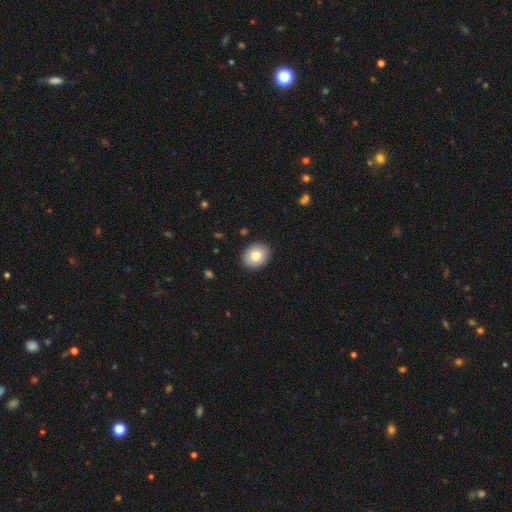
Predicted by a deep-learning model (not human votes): Smooth or featured: smooth — 78% (featured or disk — 14%)
How rounded: round — 54% (in between — 45%)
Merging: none — 90% (minor disturbance — 7%)